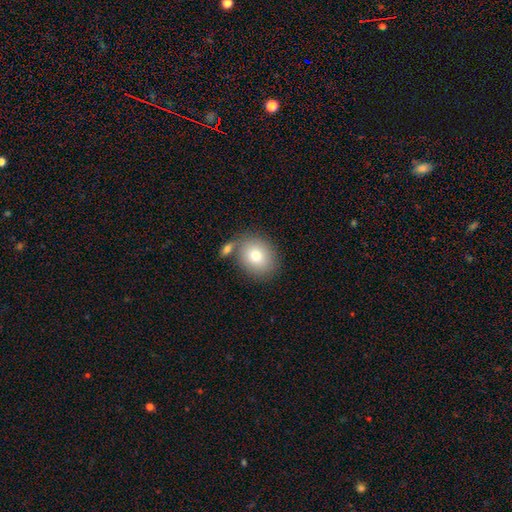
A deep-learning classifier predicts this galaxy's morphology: Overall: smooth (78%). How rounded: round (63%; in between 36%). Merging: none (67%).